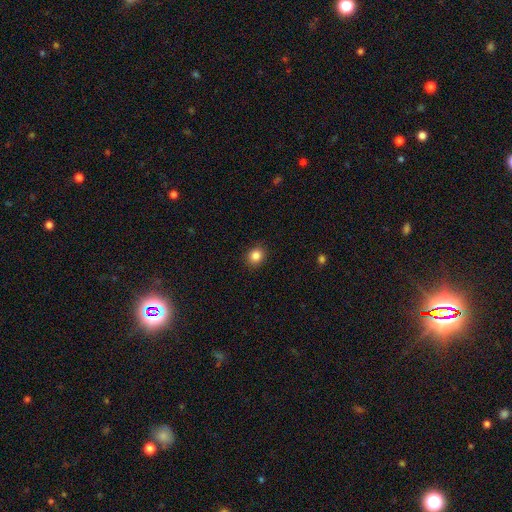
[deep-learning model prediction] Overall: smooth (85%). How rounded: round (71%). Merging: none (89%).